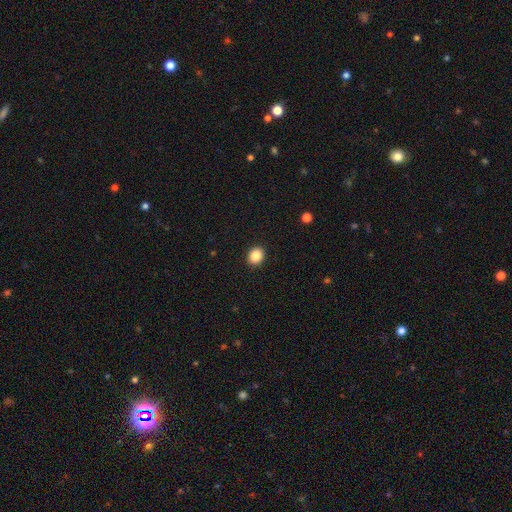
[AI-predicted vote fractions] smooth-or-featured: smooth: 87% | star or artifact: 9% | featured or disk: 4%
  how-rounded: round: 60% | in between: 40% | cigar-shaped: 1%
  merging: none: 92% | minor disturbance: 6% | major disturbance: 2% | merger: 1%